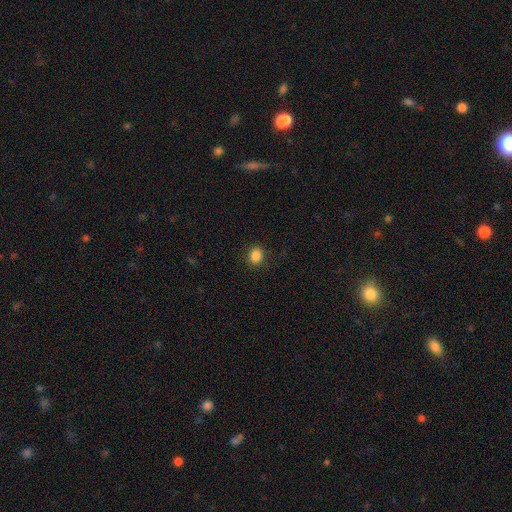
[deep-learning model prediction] A smooth galaxy with no disk features (86%) that is round (70%).

Vote fractions:
- Smooth or featured? smooth: 86% / star or artifact: 11% / featured or disk: 4%
- How rounded? round: 70% / in between: 29% / cigar-shaped: 1%
- Merging? none: 89% / minor disturbance: 7% / major disturbance: 2% / merger: 1%